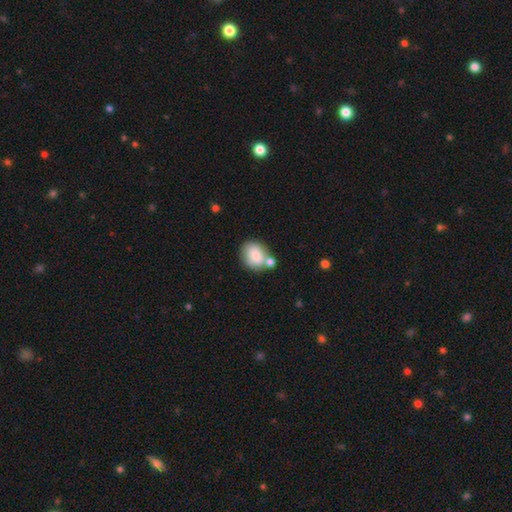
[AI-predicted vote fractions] The model was most divided on "how rounded": round: 53%, in between: 46%, cigar-shaped: 1%. More confident: smooth or featured — smooth (81%); merging — none (51%).